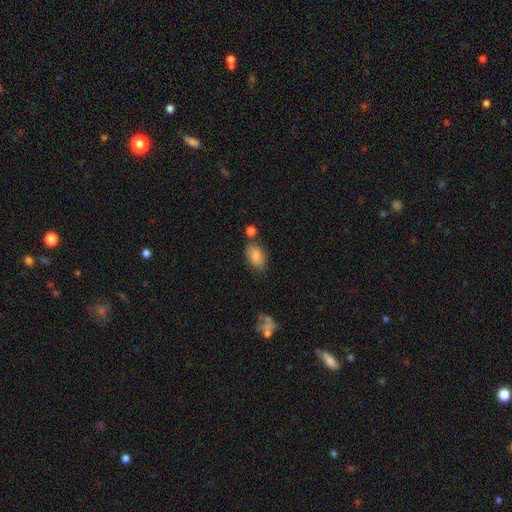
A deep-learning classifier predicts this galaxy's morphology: A smooth galaxy with no disk features (85%) that is in between round and cigar-shaped (90%). Merging: none (70%).